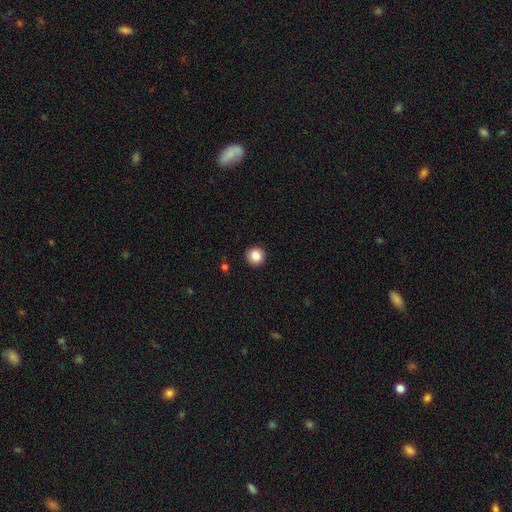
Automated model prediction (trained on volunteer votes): A smooth galaxy with no disk features (86%) that is round (93%).

Vote fractions:
- Smooth or featured? smooth: 86% / star or artifact: 9% / featured or disk: 5%
- How rounded? round: 93% / in between: 6% / cigar-shaped: 1%
- Merging? none: 92% / minor disturbance: 5% / major disturbance: 2% / merger: 1%